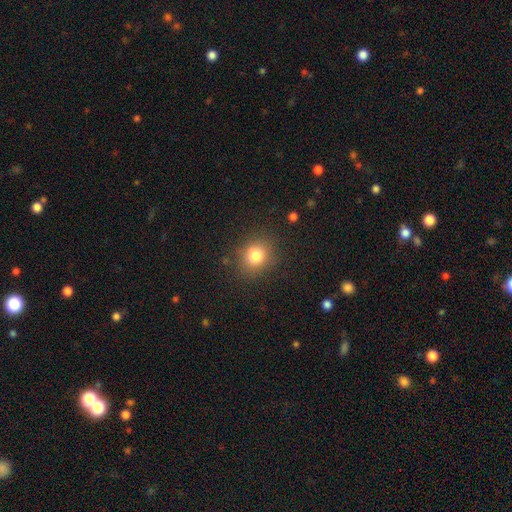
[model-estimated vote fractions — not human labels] Smooth or featured? Predicted: smooth (p=0.79). How rounded? Predicted: round (p=0.73). Merging? Predicted: none (p=0.79).